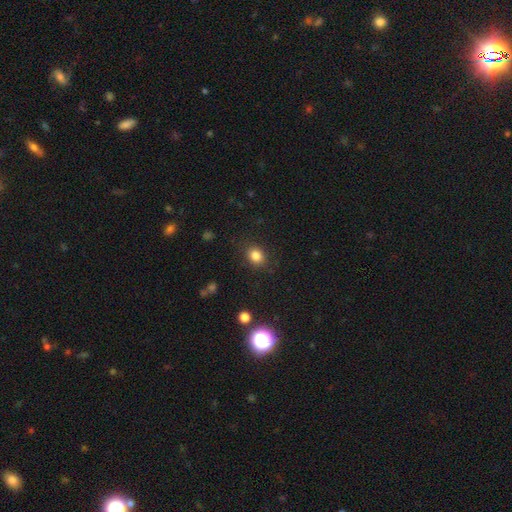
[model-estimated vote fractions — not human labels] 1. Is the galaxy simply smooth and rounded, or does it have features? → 83% smooth, 11% star or artifact, 5% featured or disk.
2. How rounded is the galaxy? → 61% round, 39% in between, 1% cigar-shaped.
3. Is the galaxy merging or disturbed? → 85% none, 10% minor disturbance, 3% major disturbance, 1% merger.